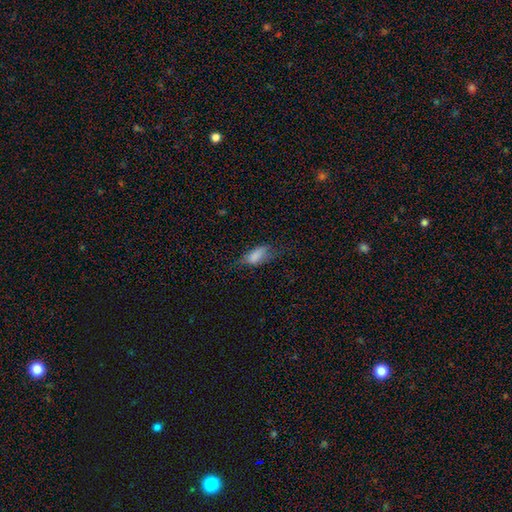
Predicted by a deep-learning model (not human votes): Smooth or featured? Predicted: smooth (p=0.72). How rounded? Predicted: in between (p=0.84). Merging? Predicted: none (p=0.41).